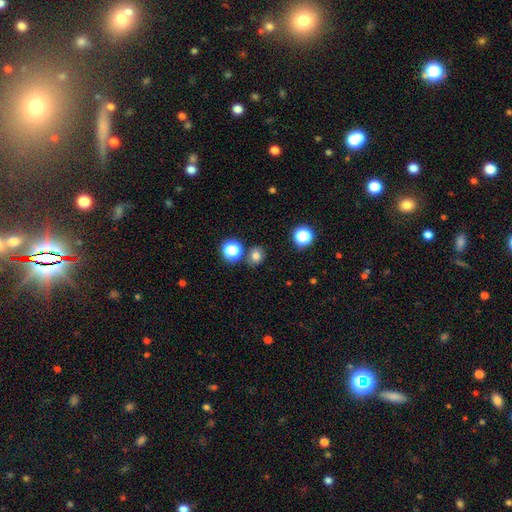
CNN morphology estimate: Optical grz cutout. It shows a smooth galaxy with no disk features (74%) that is round (75%). Merging: none (82%).